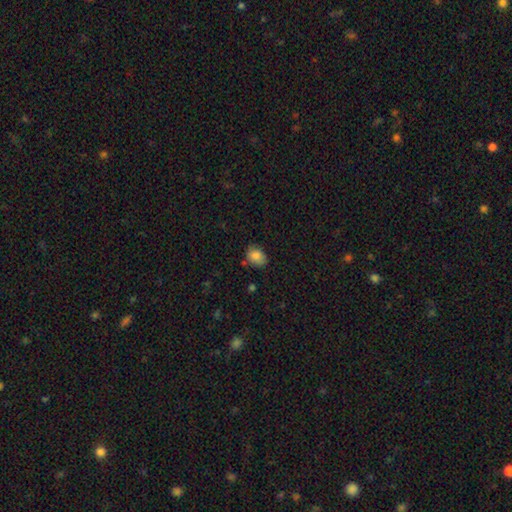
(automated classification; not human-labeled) smooth 85%, star or artifact 9%, featured or disk 6%. Down the decision tree: how rounded — in between (65%); merging — none (74%).